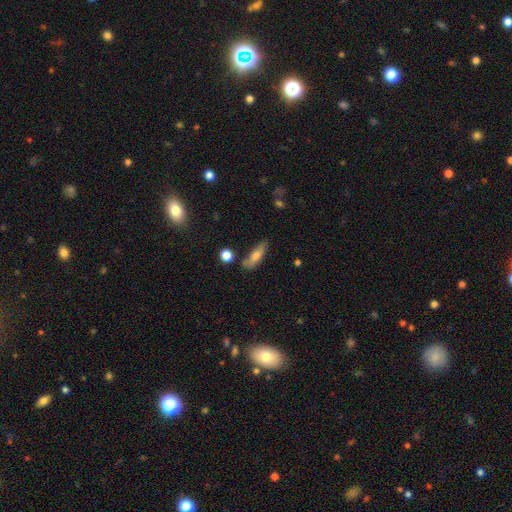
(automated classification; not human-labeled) A smooth galaxy with no disk features (68%) that is in between round and cigar-shaped (54%). Merging: none (66%).